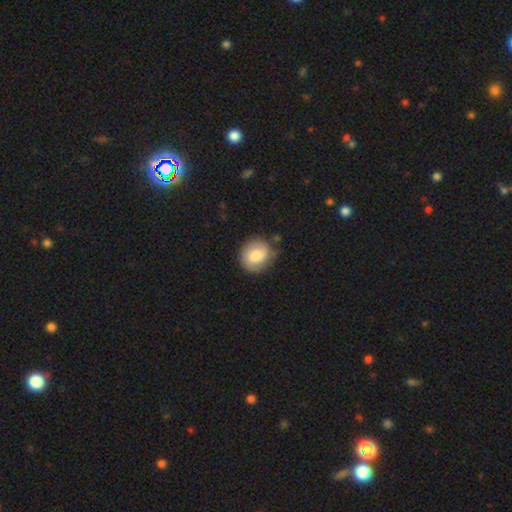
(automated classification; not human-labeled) A smooth galaxy with no disk features (79%) that is round (72%). Merging: none (73%).